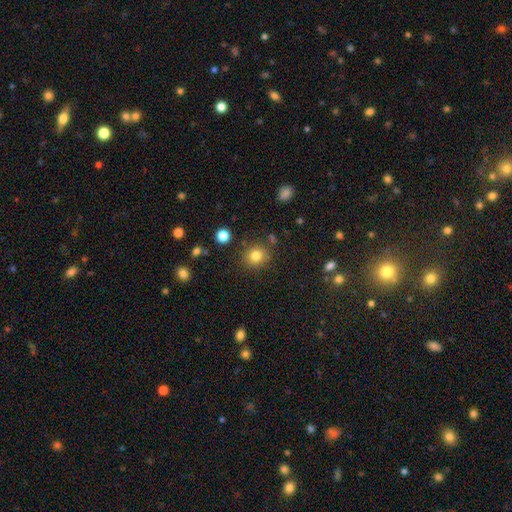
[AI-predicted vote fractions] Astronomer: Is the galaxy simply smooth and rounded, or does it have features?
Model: smooth — 80%.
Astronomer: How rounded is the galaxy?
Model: round — 86%.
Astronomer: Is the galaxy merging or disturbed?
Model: none — 84%.